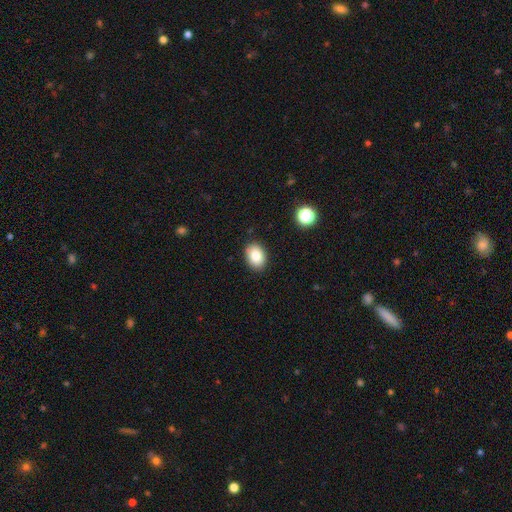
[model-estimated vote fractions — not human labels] A smooth galaxy with no disk features (85%) that is in between round and cigar-shaped (76%).

Vote fractions:
- Smooth or featured? smooth: 85% / star or artifact: 9% / featured or disk: 7%
- How rounded? in between: 76% / round: 23% / cigar-shaped: 1%
- Merging? none: 88% / minor disturbance: 8% / major disturbance: 2% / merger: 1%